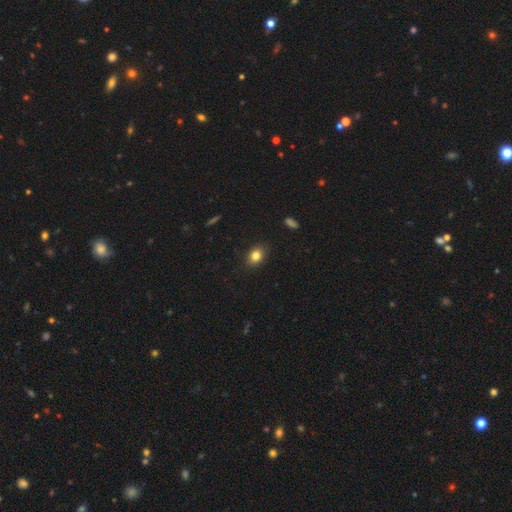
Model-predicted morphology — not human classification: Smooth or featured: smooth — 82% (star or artifact — 10%)
How rounded: in between — 67% (round — 31%)
Merging: none — 87% (minor disturbance — 10%)